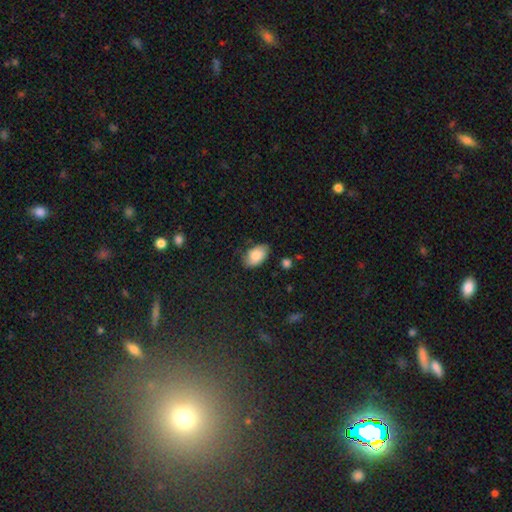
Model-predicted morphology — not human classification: Q: Smooth or featured?
A: smooth (80%); runner-up: featured or disk (13%)
Q: How rounded?
A: in between (92%); runner-up: round (7%)
Q: Merging?
A: none (68%); runner-up: minor disturbance (25%)